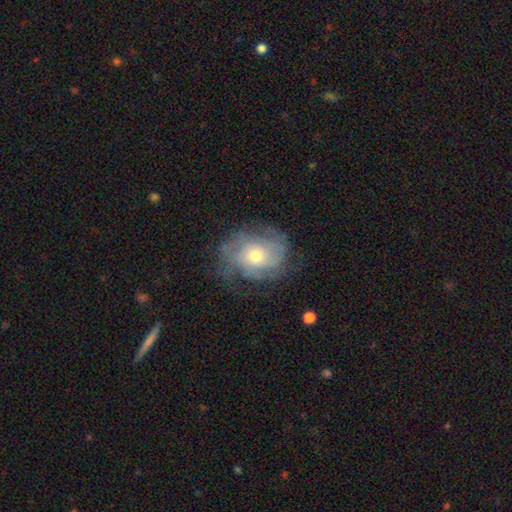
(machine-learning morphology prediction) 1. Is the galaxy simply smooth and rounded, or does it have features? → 66% featured or disk, 26% smooth, 8% star or artifact.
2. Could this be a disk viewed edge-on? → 97% no, 3% yes.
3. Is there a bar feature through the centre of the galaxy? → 81% no, 17% weak, 3% strong.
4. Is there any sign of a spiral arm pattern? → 81% yes, 19% no.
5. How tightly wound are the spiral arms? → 52% tight, 34% medium, 14% loose.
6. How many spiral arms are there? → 47% can't tell, 19% 2, 16% 3, 9% 4, 5% 1, 5% more than 4.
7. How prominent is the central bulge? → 60% moderate, 32% small, 7% large, 1% none, 1% dominant.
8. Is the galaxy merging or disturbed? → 62% none, 22% minor disturbance, 14% major disturbance, 1% merger.